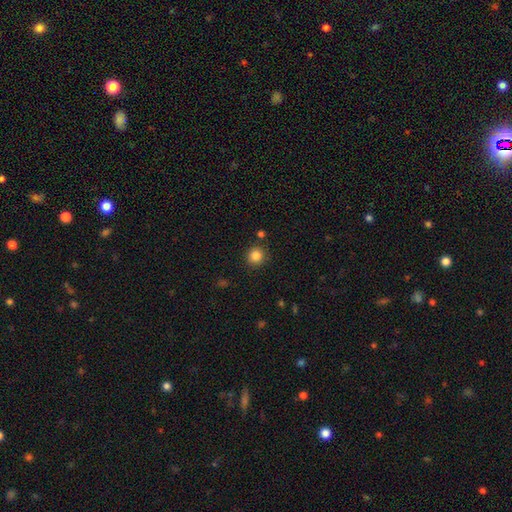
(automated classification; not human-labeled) smooth-or-featured: smooth: 85% | star or artifact: 11% | featured or disk: 4%
  how-rounded: round: 92% | in between: 7% | cigar-shaped: 1%
  merging: none: 87% | minor disturbance: 7% | merger: 3% | major disturbance: 2%